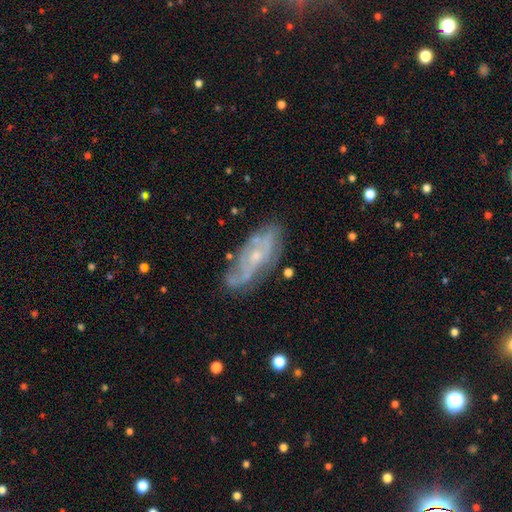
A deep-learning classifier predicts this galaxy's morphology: This is likely a featured or disk galaxy (73%). It is clearly not viewed edge-on (85%). Bar: likely no (68%). Spiral arm pattern: clearly yes (81%). Spiral arm count: possibly can't tell (47%). Spiral winding: possibly tight (45%). Central bulge: likely small (67%). Merging: likely none (71%).